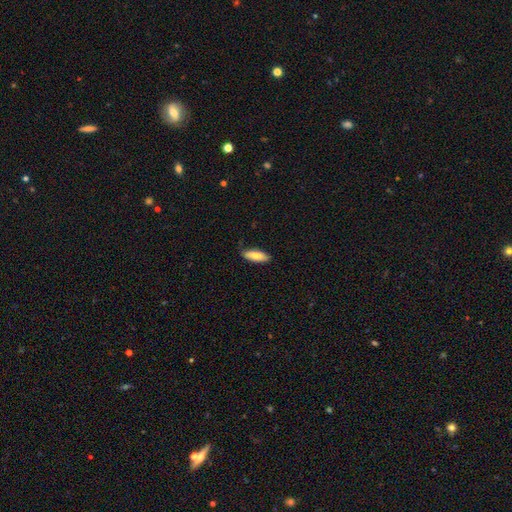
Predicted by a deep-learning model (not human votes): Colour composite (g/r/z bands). It shows a smooth galaxy with no disk features (83%) that is in between round and cigar-shaped (67%). Merging: none (87%).